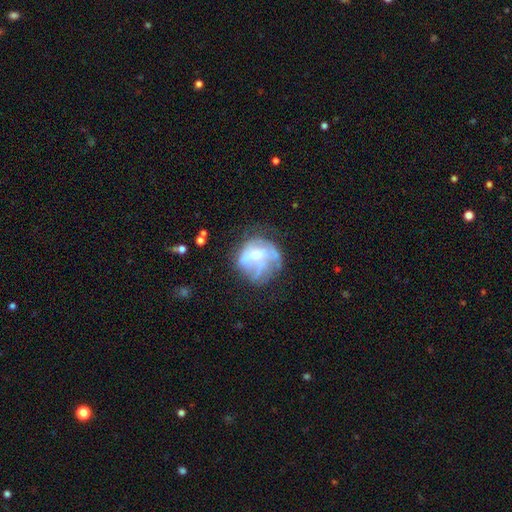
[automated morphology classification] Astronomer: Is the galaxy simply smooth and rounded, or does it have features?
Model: featured or disk — 56% (runner-up: smooth, 34%).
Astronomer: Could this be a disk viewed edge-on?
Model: no — 97%.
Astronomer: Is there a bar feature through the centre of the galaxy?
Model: no — 58%.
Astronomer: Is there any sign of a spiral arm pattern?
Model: no — 70%.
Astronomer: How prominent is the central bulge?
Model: moderate — 46% (runner-up: small, 37%).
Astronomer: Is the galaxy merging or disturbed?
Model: none — 41% (runner-up: major disturbance, 29%).